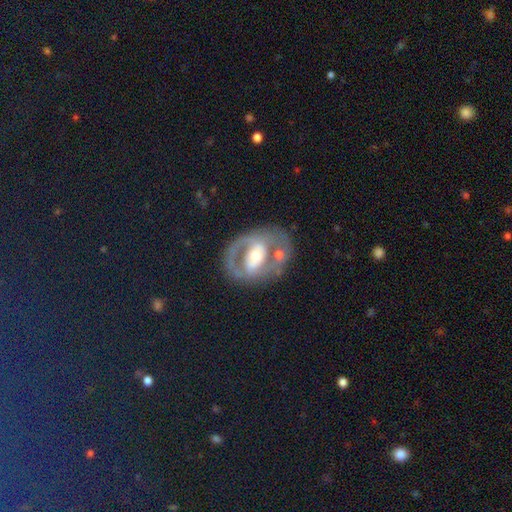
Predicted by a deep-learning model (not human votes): Morphology: type=featured or disk (73%); edge-on=no (95%); bar=no (38%); spiral arms=no (53%); bulge=moderate (65%); merging=none (55%).